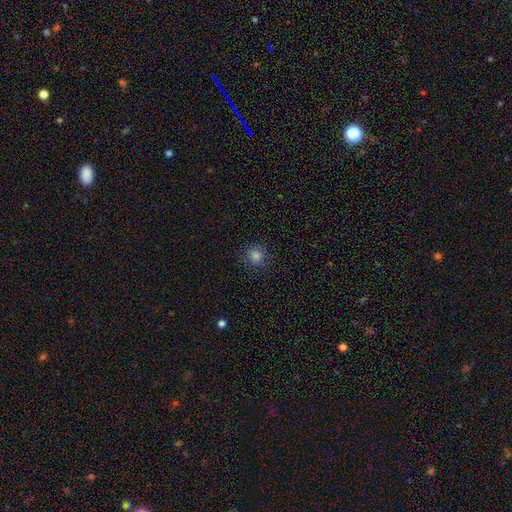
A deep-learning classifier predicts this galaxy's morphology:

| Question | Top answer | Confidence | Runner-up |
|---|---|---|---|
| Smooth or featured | smooth | 81% | star or artifact (15%) |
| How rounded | round | 93% | in between (6%) |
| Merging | none | 88% | minor disturbance (8%) |